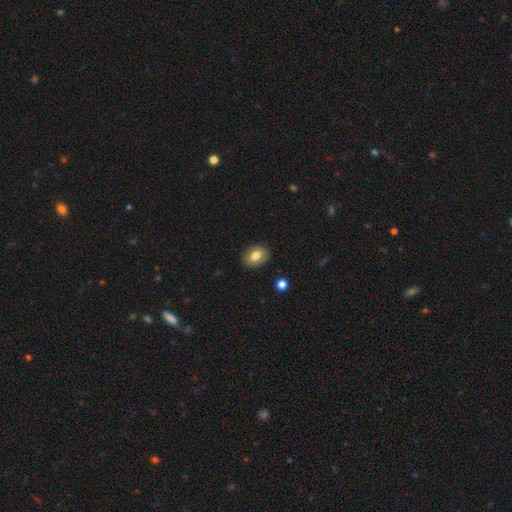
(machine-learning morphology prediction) smooth 78%, featured or disk 13%, star or artifact 8%. Down the decision tree: how rounded — in between (63%); merging — none (88%).